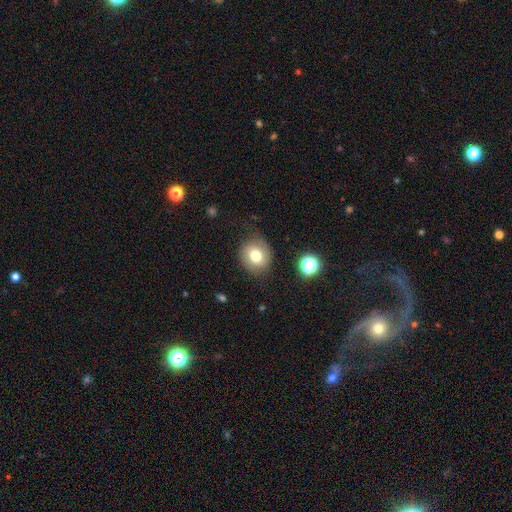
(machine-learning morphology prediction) This is likely a smooth galaxy (71%). How rounded: likely round (75%). Merging: likely none (80%).